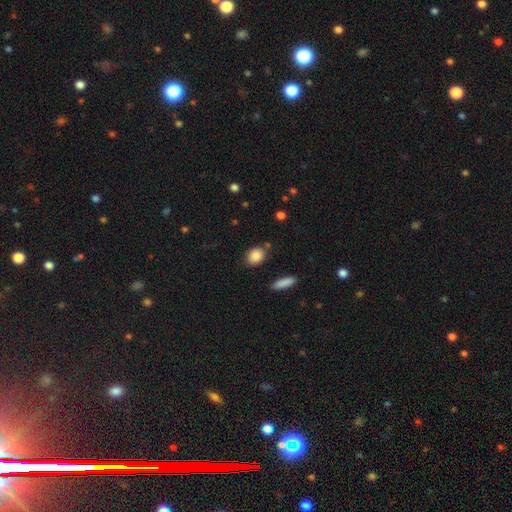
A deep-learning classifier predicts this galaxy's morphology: Q: Smooth or featured?
A: smooth (86%); runner-up: star or artifact (8%)
Q: How rounded?
A: in between (55%); runner-up: round (43%)
Q: Merging?
A: none (79%); runner-up: minor disturbance (13%)